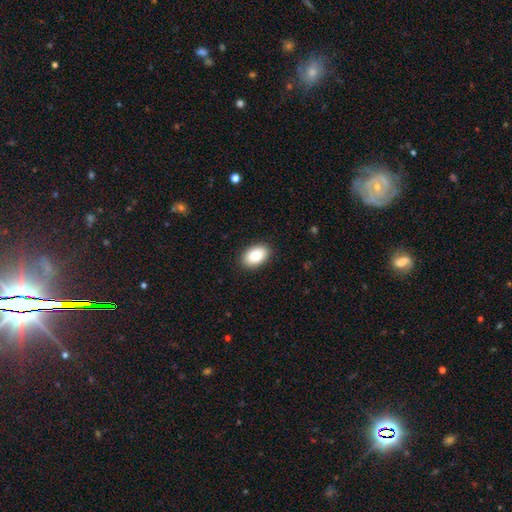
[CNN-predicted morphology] smooth-or-featured: smooth: 87% | star or artifact: 7% | featured or disk: 7%
  how-rounded: in between: 92% | round: 7% | cigar-shaped: 1%
  merging: none: 90% | minor disturbance: 8% | major disturbance: 2% | merger: 1%